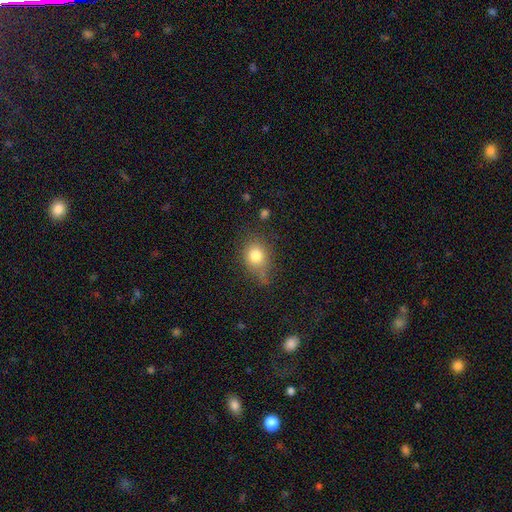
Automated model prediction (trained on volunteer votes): The model was most divided on "how rounded": round: 58%, in between: 40%, cigar-shaped: 2%. More confident: smooth or featured — smooth (79%); merging — none (58%).